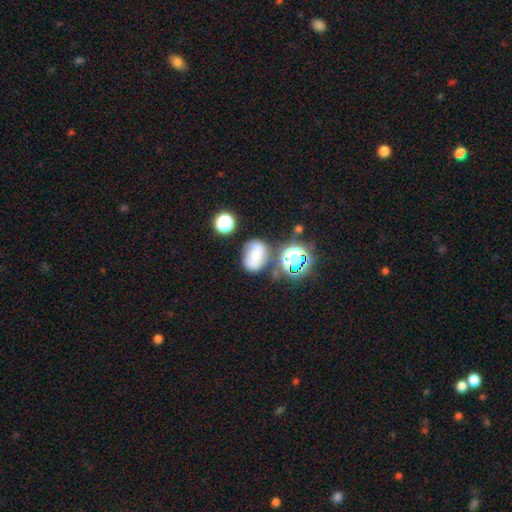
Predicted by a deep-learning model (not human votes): Overall: smooth (50%; featured or disk 32%). Merging: none (55%; minor disturbance 20%).